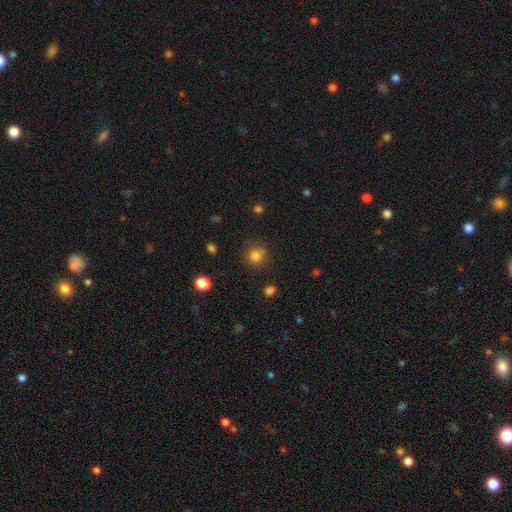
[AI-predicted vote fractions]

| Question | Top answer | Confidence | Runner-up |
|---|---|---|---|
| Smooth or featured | smooth | 80% | star or artifact (14%) |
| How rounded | round | 86% | in between (13%) |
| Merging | none | 72% | minor disturbance (16%) |